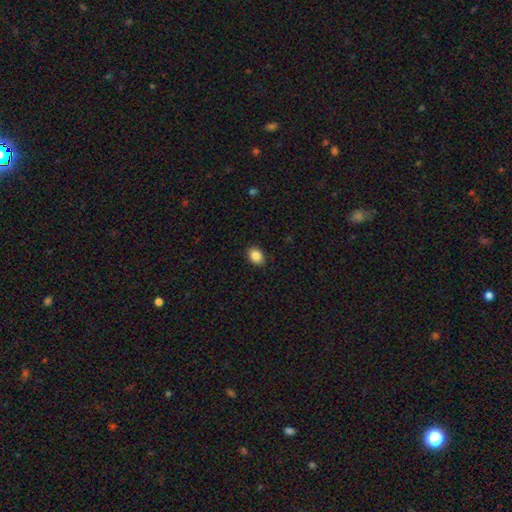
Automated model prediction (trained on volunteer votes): A smooth galaxy with no disk features (87%) that is in between round and cigar-shaped (65%).

Vote fractions:
- Smooth or featured? smooth: 87% / star or artifact: 9% / featured or disk: 4%
- How rounded? in between: 65% / round: 34% / cigar-shaped: 1%
- Merging? none: 89% / minor disturbance: 8% / major disturbance: 2% / merger: 1%